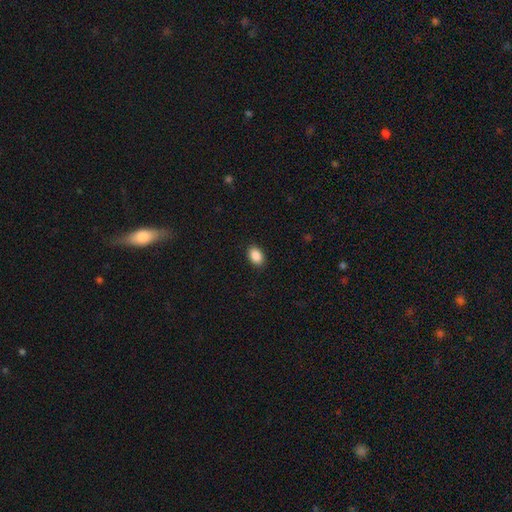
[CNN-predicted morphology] type=smooth (89%); roundness=in between (85%); merging=none (90%).